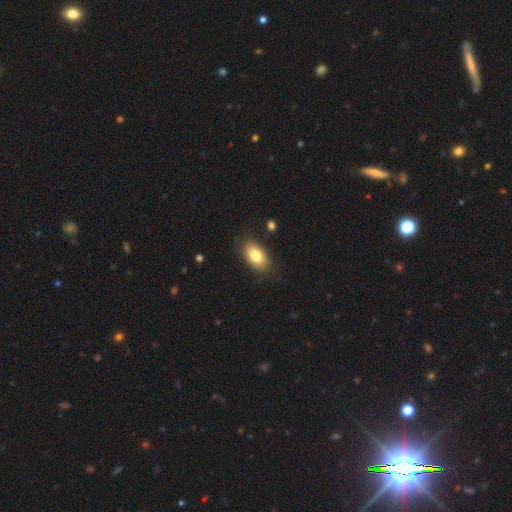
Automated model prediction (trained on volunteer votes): Q: Smooth or featured?
A: smooth (81%); runner-up: featured or disk (12%)
Q: How rounded?
A: in between (92%); runner-up: round (7%)
Q: Merging?
A: none (85%); runner-up: minor disturbance (11%)